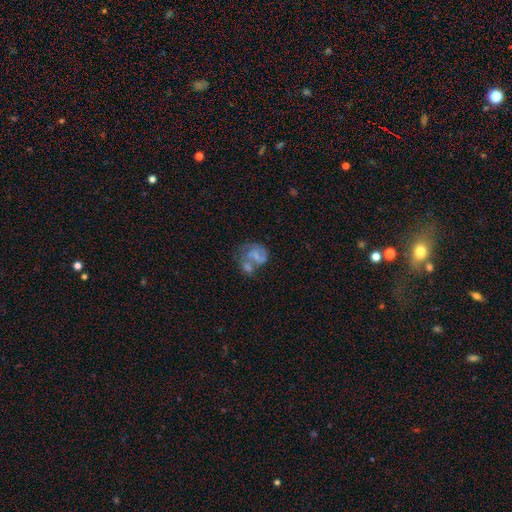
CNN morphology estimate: The model was most divided on "bulge size": none: 41%, small: 36%, moderate: 18%, large: 3%, dominant: 2%. Remaining: edge-on disk — no (98%); spiral arms — yes (63%); bar — no (60%); smooth or featured — featured or disk (53%); merging — merger (43%).